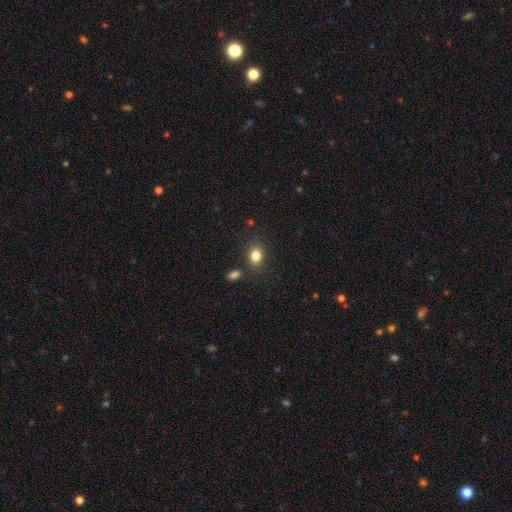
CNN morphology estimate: Q: Smooth or featured?
A: smooth (84%); runner-up: star or artifact (10%)
Q: How rounded?
A: in between (65%); runner-up: round (34%)
Q: Merging?
A: none (78%); runner-up: minor disturbance (12%)